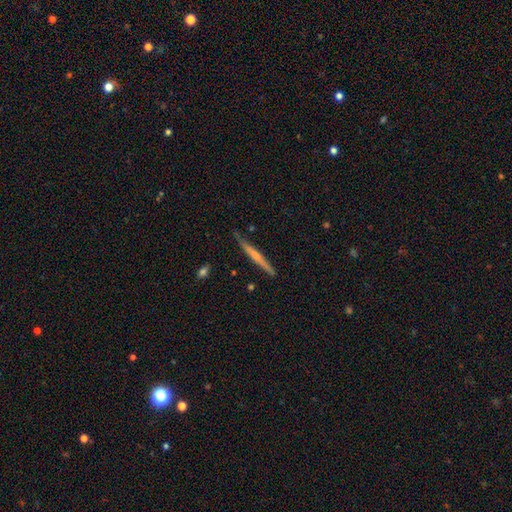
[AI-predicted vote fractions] A featured or disk galaxy (53%) viewed edge-on (97%) with no central bulge (64%).

Vote fractions:
- Smooth or featured? featured or disk: 53% / smooth: 42% / star or artifact: 5%
- Edge-on disk? yes: 97% / no: 3%
- Edge-on bulge? none: 64% / rounded: 25% / boxy: 11%
- Merging? none: 85% / minor disturbance: 11% / major disturbance: 2% / merger: 2%